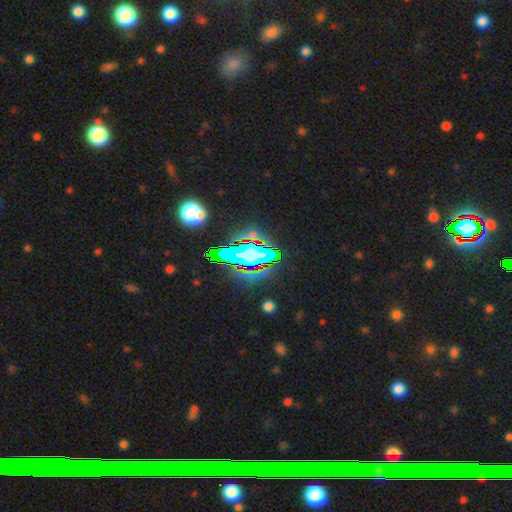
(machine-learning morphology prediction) Smooth or featured: star or artifact — 61% (smooth — 21%)